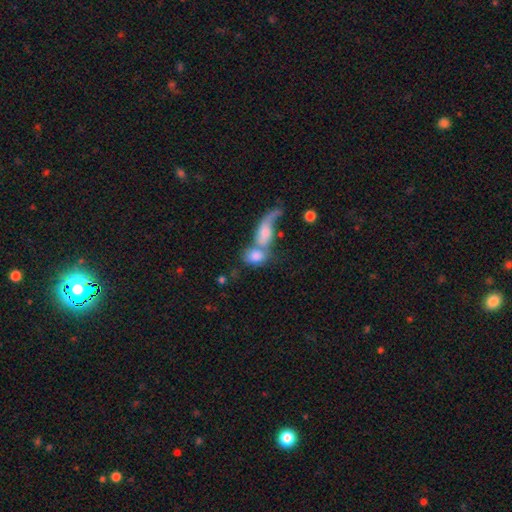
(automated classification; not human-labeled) Smooth or featured?
  - smooth: 72% *
  - featured or disk: 20%
  - star or artifact: 8%
How rounded?
  - in between: 70% *
  - round: 24%
  - cigar-shaped: 6%
Merging?
  - merger: 69% *
  - none: 16%
  - major disturbance: 9%
  - minor disturbance: 7%